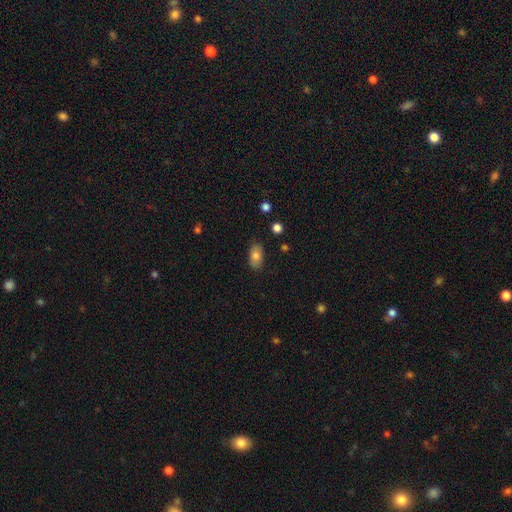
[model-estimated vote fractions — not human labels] Overall: smooth (78%). How rounded: in between (91%). Merging: none (85%).